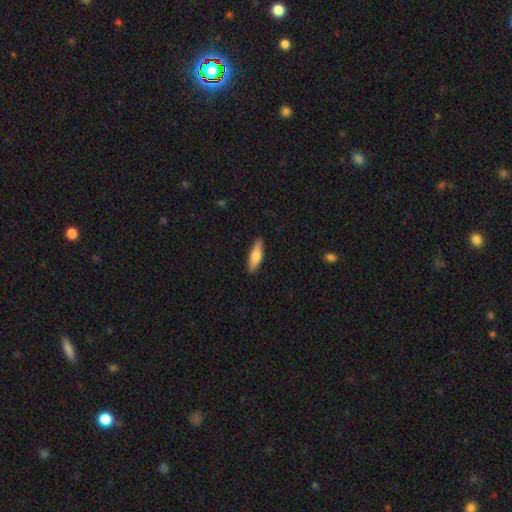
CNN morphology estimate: This appears to be a smooth galaxy with no disk features (70%) that is cigar-shaped (54%). Merging: none (87%).